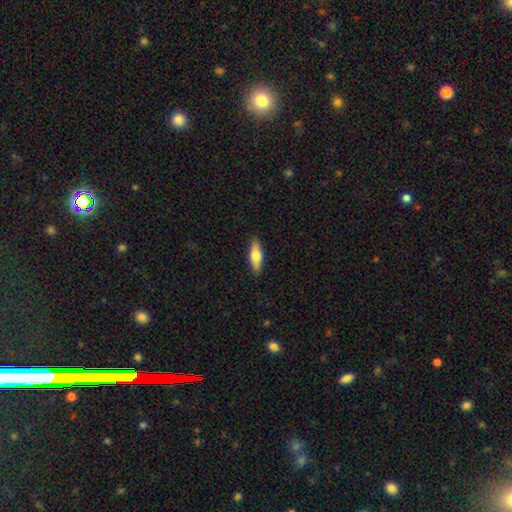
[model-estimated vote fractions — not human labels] Smooth or featured? Predicted: smooth (p=0.50). Merging? Predicted: none (p=0.89).